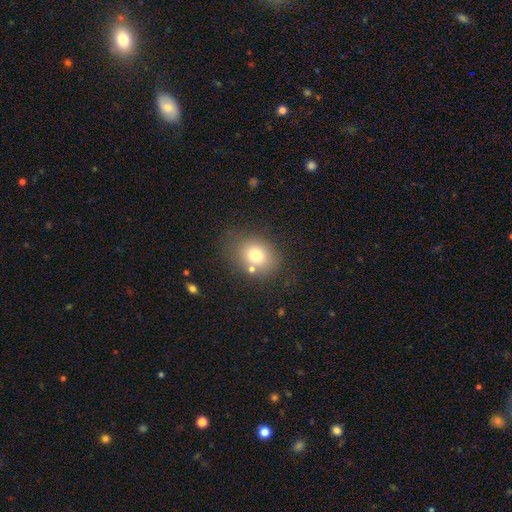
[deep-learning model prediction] Morphology: type=smooth (74%); roundness=round (54%); merging=none (71%).